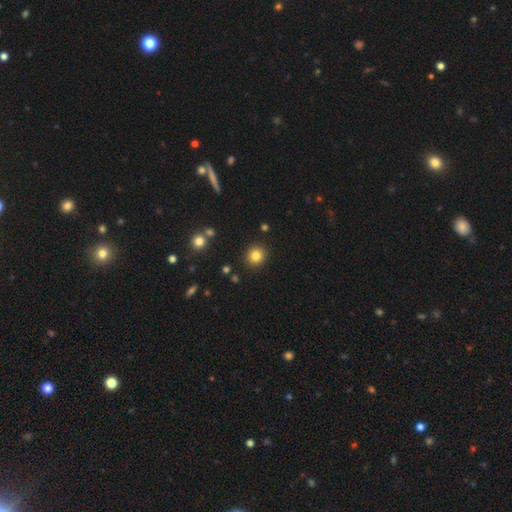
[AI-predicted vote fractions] smooth-or-featured: smooth: 84% | star or artifact: 11% | featured or disk: 6%
  how-rounded: round: 89% | in between: 10% | cigar-shaped: 1%
  merging: none: 90% | minor disturbance: 6% | major disturbance: 2% | merger: 2%